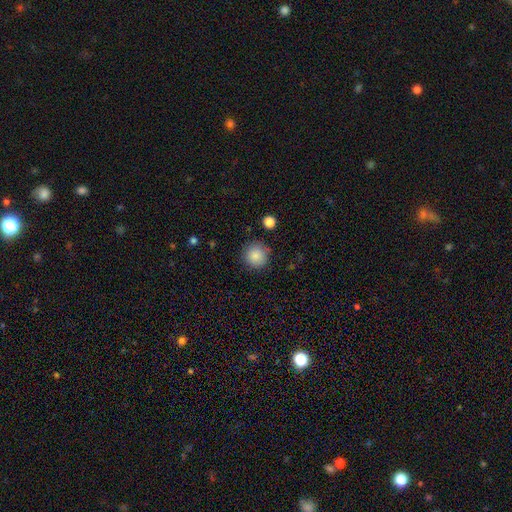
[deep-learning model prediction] Smooth or featured? Predicted: smooth (p=0.86). How rounded? Predicted: round (p=0.95). Merging? Predicted: none (p=0.87).